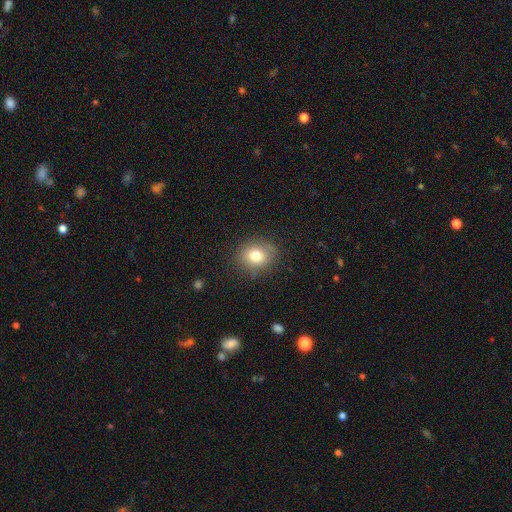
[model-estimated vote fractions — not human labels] This appears to be a smooth galaxy with no disk features (78%) that is round (61%). Merging: none (83%).